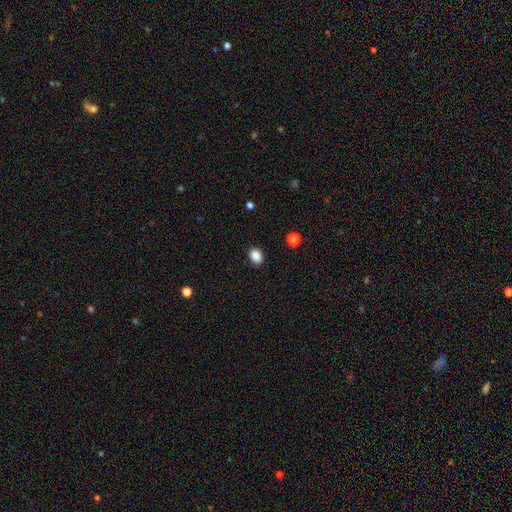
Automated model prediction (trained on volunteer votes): Smooth or featured? smooth (88%)
How rounded? in between (65%)
Merging? none (90%)